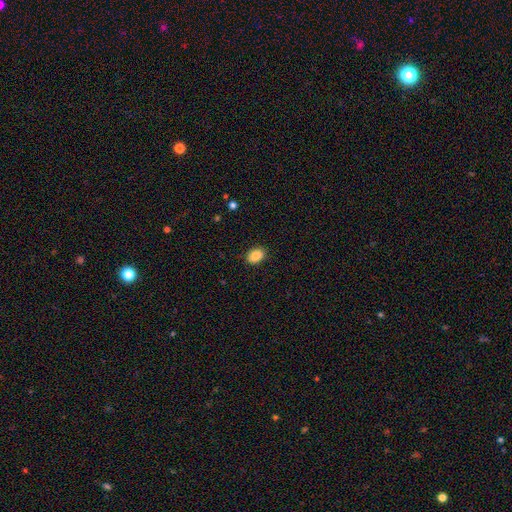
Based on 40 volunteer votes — Q: Smooth or featured?
A: smooth (92%); runner-up: featured or disk (5%)
Q: How rounded?
A: in between (86%); runner-up: round (14%)
Q: Merging?
A: none (100%)